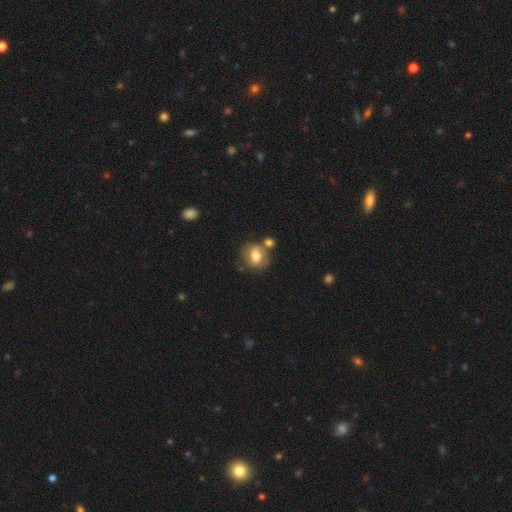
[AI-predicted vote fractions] The model was most divided on "how rounded": round: 60%, in between: 39%, cigar-shaped: 1%. More confident: smooth or featured — smooth (70%); merging — none (56%).